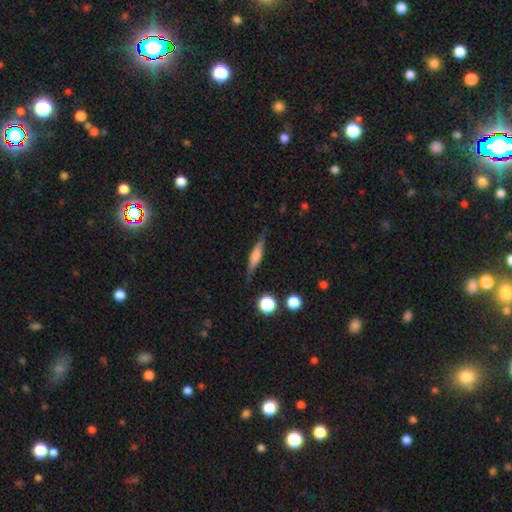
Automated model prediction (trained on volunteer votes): Smooth or featured? Predicted: featured or disk (p=0.53). Edge-on disk? Predicted: yes (p=0.95). Edge-on bulge? Predicted: rounded (p=0.62). Merging? Predicted: none (p=0.84).